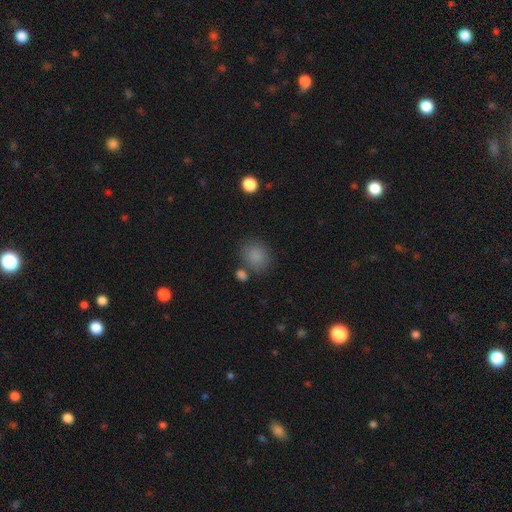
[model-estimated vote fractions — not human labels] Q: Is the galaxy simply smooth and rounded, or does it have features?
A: smooth — 85%.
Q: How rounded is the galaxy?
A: round — 56%.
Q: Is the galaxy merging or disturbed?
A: none — 70%.